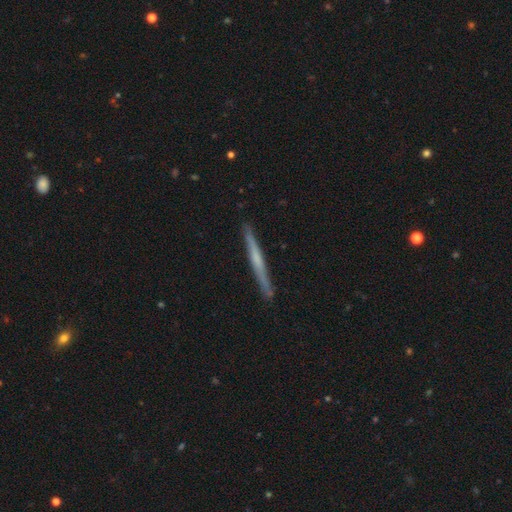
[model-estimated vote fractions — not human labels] Smooth or featured? Predicted: featured or disk (p=0.50). Edge-on disk? Predicted: yes (p=0.97). Merging? Predicted: none (p=0.88).